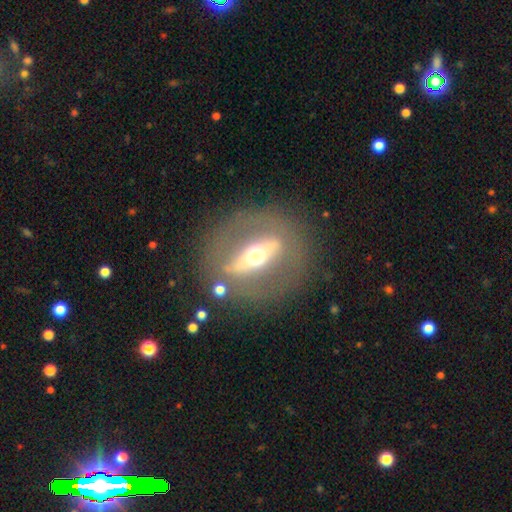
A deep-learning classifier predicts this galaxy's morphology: A featured or disk galaxy (73%).

Vote fractions:
- Smooth or featured? featured or disk: 73% / smooth: 20% / star or artifact: 7%
- Edge-on disk? no: 62% / yes: 38%
- Merging? none: 79% / minor disturbance: 10% / major disturbance: 8% / merger: 3%